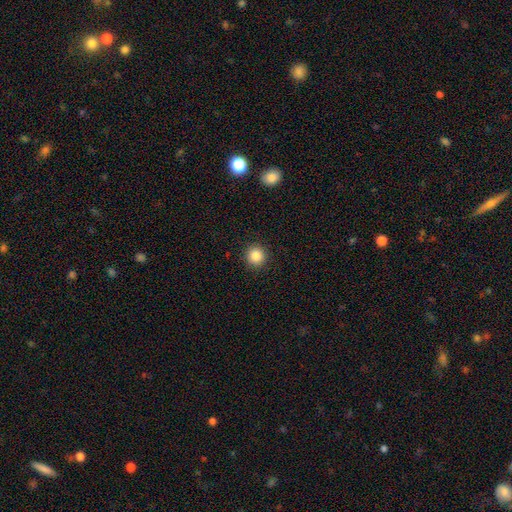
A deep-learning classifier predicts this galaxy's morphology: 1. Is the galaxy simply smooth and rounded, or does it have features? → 85% smooth, 11% star or artifact, 4% featured or disk.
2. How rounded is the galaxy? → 94% round, 5% in between, 1% cigar-shaped.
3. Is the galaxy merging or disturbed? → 92% none, 5% minor disturbance, 2% major disturbance, 1% merger.